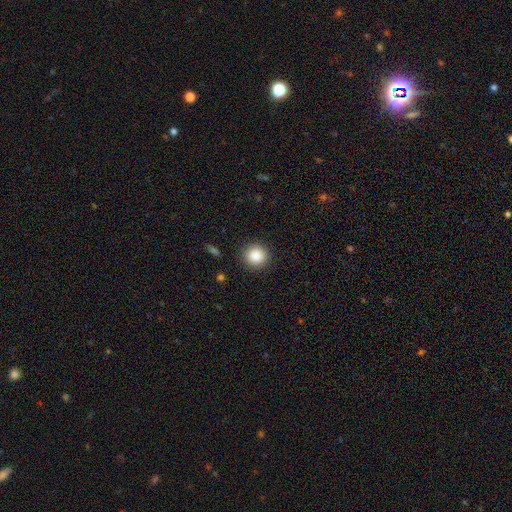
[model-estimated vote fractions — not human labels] Q: Smooth or featured?
A: smooth (87%); runner-up: star or artifact (9%)
Q: How rounded?
A: round (93%); runner-up: in between (6%)
Q: Merging?
A: none (89%); runner-up: minor disturbance (7%)